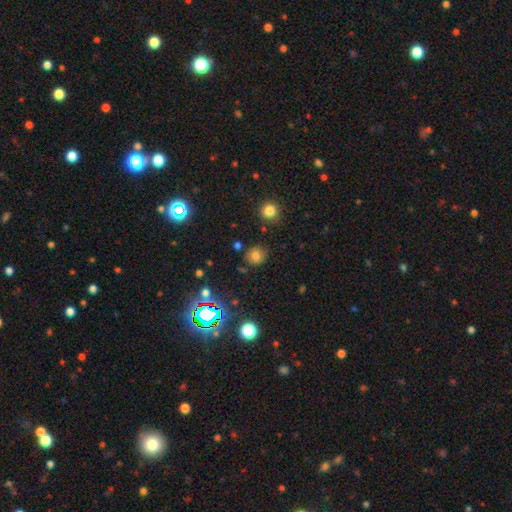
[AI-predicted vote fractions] smooth 71%, star or artifact 20%, featured or disk 9%. Down the decision tree: how rounded — round (85%); merging — none (83%).